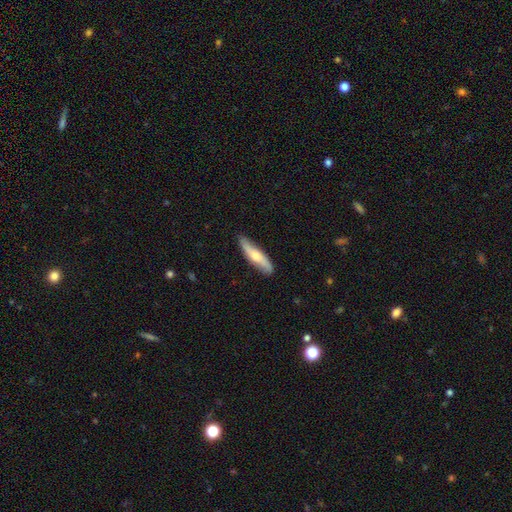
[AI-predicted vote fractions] Q: Smooth or featured?
A: smooth (53%); runner-up: featured or disk (43%)
Q: How rounded?
A: cigar-shaped (77%); runner-up: in between (21%)
Q: Merging?
A: none (84%); runner-up: minor disturbance (13%)